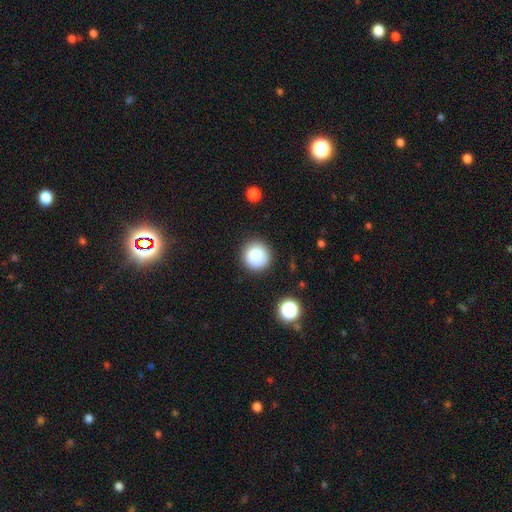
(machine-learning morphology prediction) This is clearly a smooth galaxy (86%). How rounded: clearly round (95%). Merging: clearly none (89%).